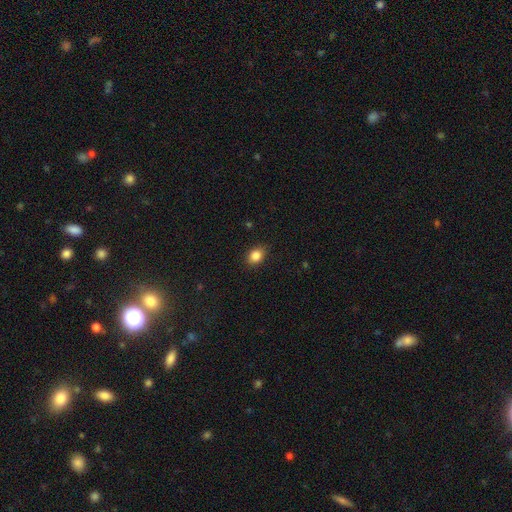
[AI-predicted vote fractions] smooth-or-featured: smooth: 86% | star or artifact: 10% | featured or disk: 5%
  how-rounded: in between: 60% | round: 39% | cigar-shaped: 1%
  merging: none: 85% | minor disturbance: 12% | major disturbance: 3% | merger: 1%